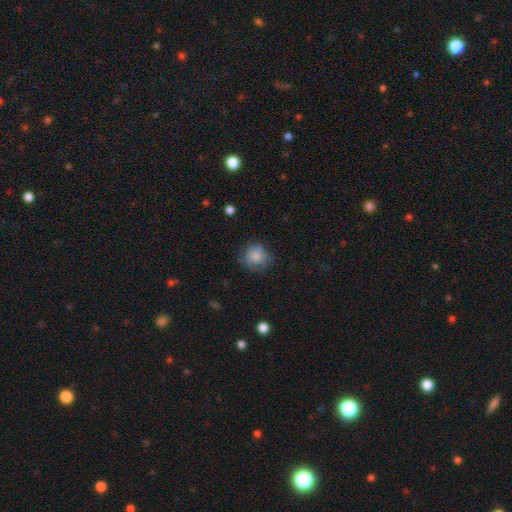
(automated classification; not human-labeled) This is clearly a smooth galaxy (82%). How rounded: clearly round (87%). Merging: likely none (72%).